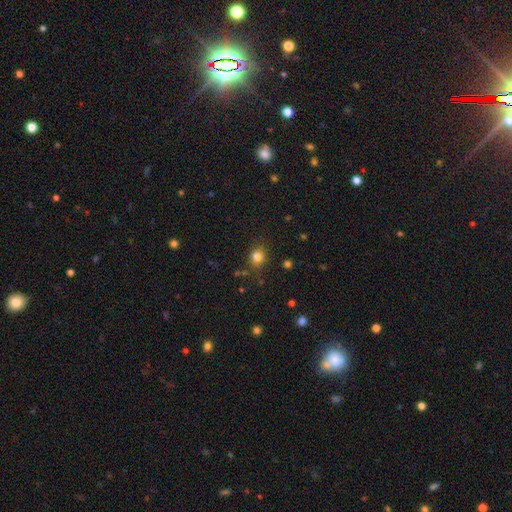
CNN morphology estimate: This is clearly a smooth galaxy (81%). How rounded: likely round (66%). Merging: clearly none (80%).